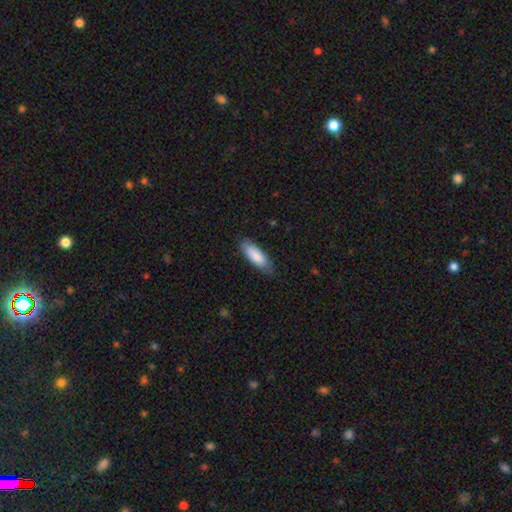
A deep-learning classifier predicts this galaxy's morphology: type=smooth (86%); roundness=in between (66%); merging=none (81%).